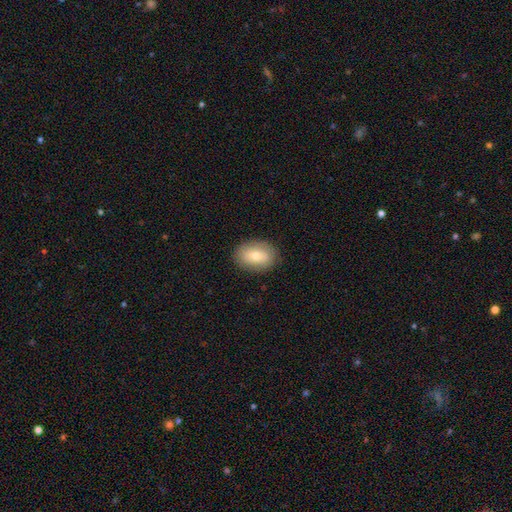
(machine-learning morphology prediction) smooth_or_featured: smooth (p=0.72) [alt: featured or disk p=0.20]
how_rounded: in between (p=0.80) [alt: round p=0.18]
merging: none (p=0.87) [alt: minor disturbance p=0.10]